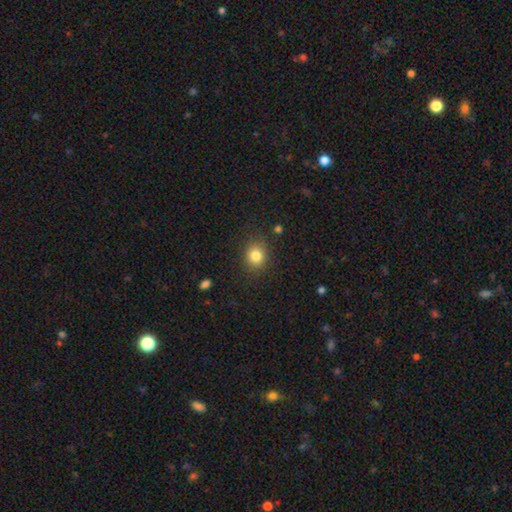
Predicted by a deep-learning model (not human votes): smooth 82%, star or artifact 12%, featured or disk 6%. Down the decision tree: how rounded — round (74%); merging — none (86%).